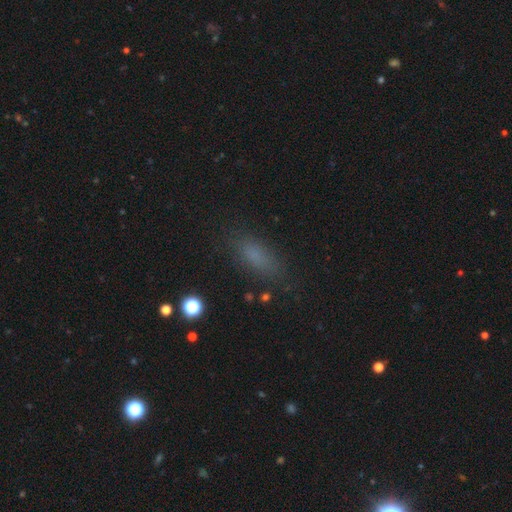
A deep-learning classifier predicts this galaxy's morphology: A smooth galaxy with no disk features (74%) that is in between round and cigar-shaped (70%). Merging: none (79%).